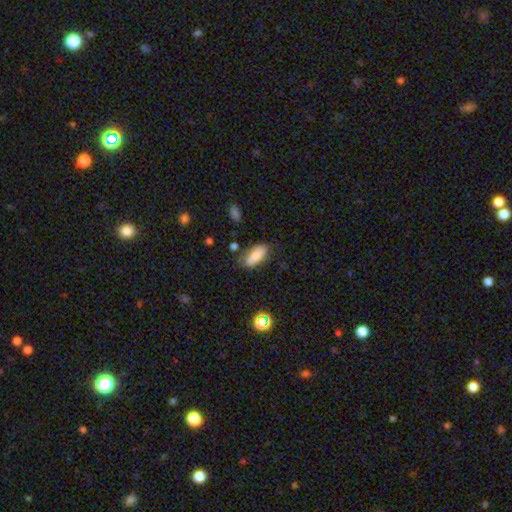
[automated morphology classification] This appears to be a smooth galaxy with no disk features (80%) that is in between round and cigar-shaped (80%). Merging: none (76%).